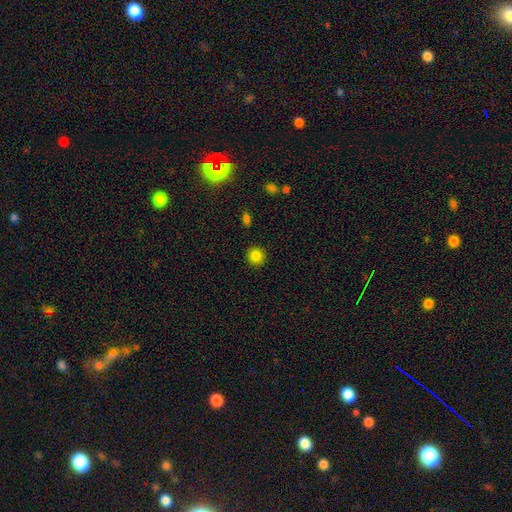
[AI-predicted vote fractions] A smooth galaxy with no disk features (84%) that is round (93%). Merging: none (91%).